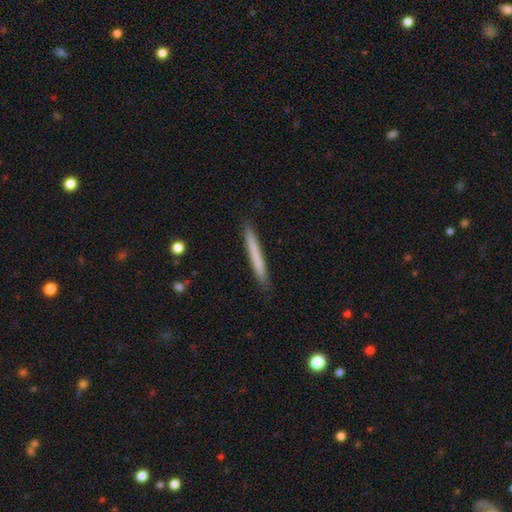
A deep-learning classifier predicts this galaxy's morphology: A smooth galaxy with no disk features (69%) that is cigar-shaped (97%).

Vote fractions:
- Smooth or featured? smooth: 69% / featured or disk: 25% / star or artifact: 5%
- How rounded? cigar-shaped: 97% / in between: 2% / round: 1%
- Merging? none: 89% / minor disturbance: 8% / major disturbance: 1% / merger: 1%